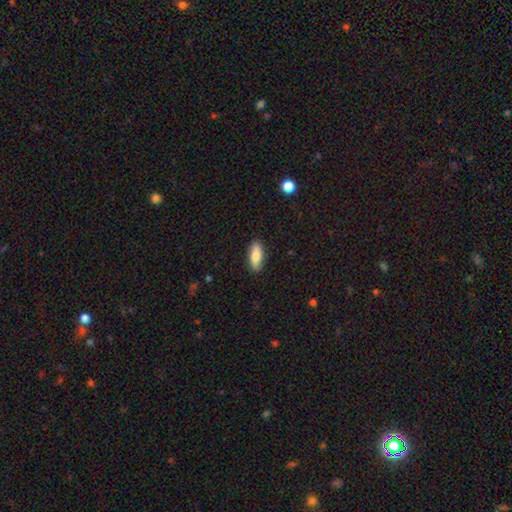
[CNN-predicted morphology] A smooth galaxy with no disk features (78%) that is in between round and cigar-shaped (72%).

Vote fractions:
- Smooth or featured? smooth: 78% / featured or disk: 16% / star or artifact: 6%
- How rounded? in between: 72% / cigar-shaped: 25% / round: 3%
- Merging? none: 87% / minor disturbance: 10% / major disturbance: 2% / merger: 1%